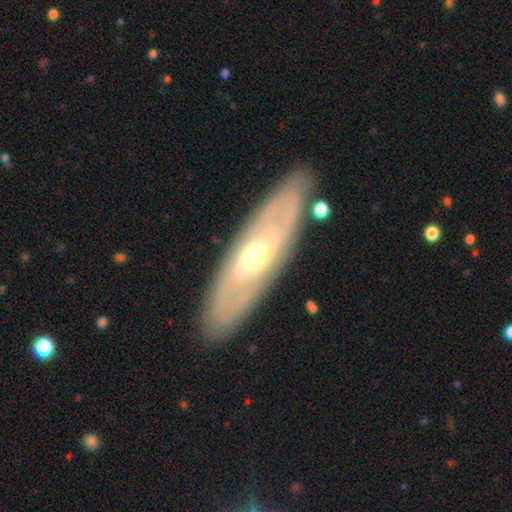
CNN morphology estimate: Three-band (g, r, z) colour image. It shows a featured or disk galaxy (71%) with no bar (58%), spiral arms (70%) and a moderate central bulge (66%). Merging: none (86%).